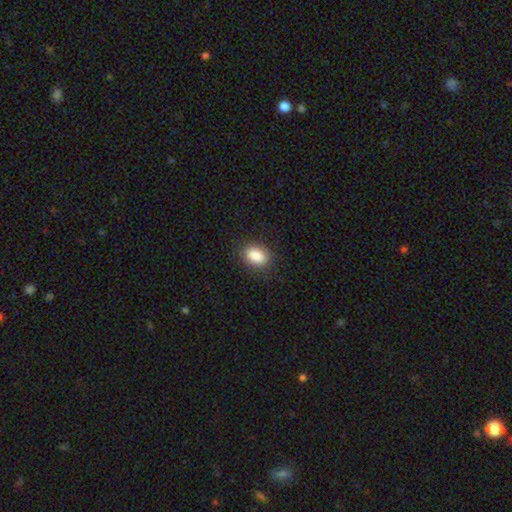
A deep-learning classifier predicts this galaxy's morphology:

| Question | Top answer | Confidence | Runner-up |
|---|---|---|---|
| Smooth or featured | smooth | 88% | star or artifact (8%) |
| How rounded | in between | 83% | round (15%) |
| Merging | none | 87% | minor disturbance (10%) |